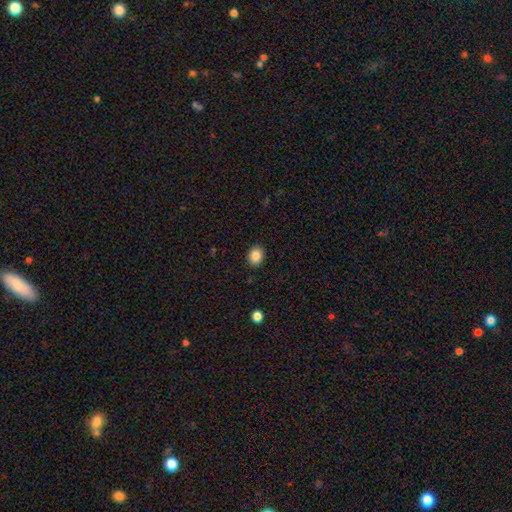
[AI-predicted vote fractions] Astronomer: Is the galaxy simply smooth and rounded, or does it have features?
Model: smooth — 86%.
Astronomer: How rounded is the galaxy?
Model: in between — 55% (runner-up: round, 44%).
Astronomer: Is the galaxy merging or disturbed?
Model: none — 89%.